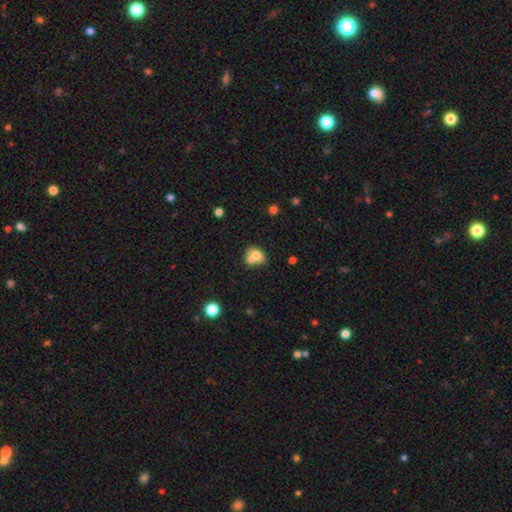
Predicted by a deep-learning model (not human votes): This appears to be a smooth galaxy with no disk features (71%) that is round (51%). Merging: merger (59%).